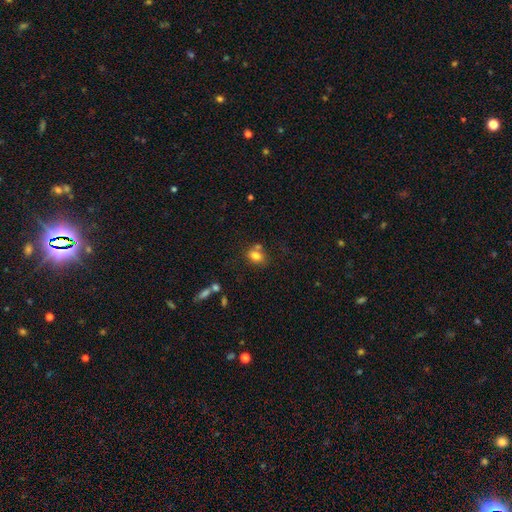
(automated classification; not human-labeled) This is likely a smooth galaxy (78%). How rounded: likely in between (65%). Merging: possibly none (56%).